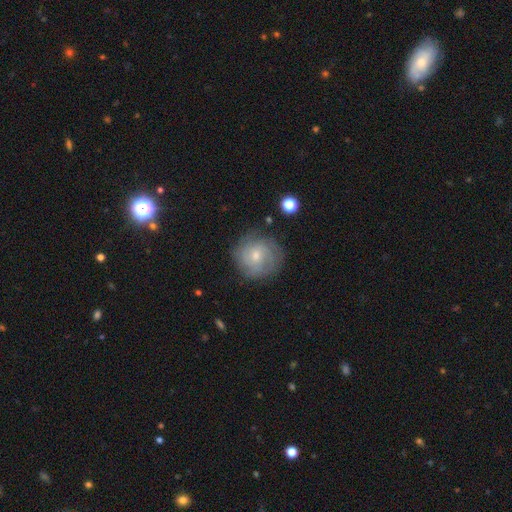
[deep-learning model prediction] Smooth or featured? Predicted: featured or disk (p=0.61). Edge-on disk? Predicted: no (p=0.98). Bar? Predicted: no (p=0.70). Spiral arms? Predicted: yes (p=0.86). Spiral winding? Predicted: tight (p=0.66). Spiral arm count? Predicted: can't tell (p=0.46). Bulge size? Predicted: small (p=0.52). Merging? Predicted: none (p=0.75).